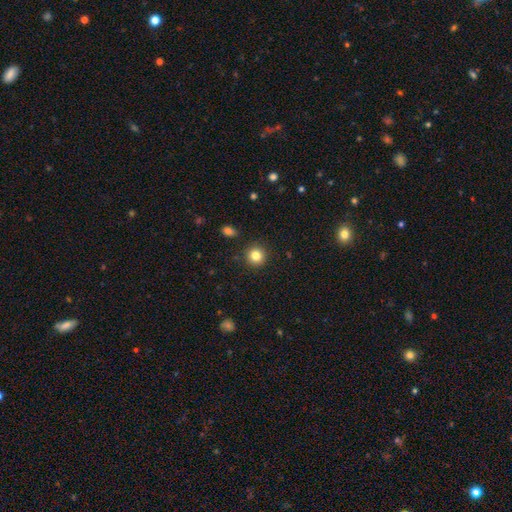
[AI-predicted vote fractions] A smooth galaxy with no disk features (83%) that is round (92%).

Vote fractions:
- Smooth or featured? smooth: 83% / star or artifact: 11% / featured or disk: 6%
- How rounded? round: 92% / in between: 7% / cigar-shaped: 1%
- Merging? none: 91% / minor disturbance: 6% / major disturbance: 2% / merger: 1%